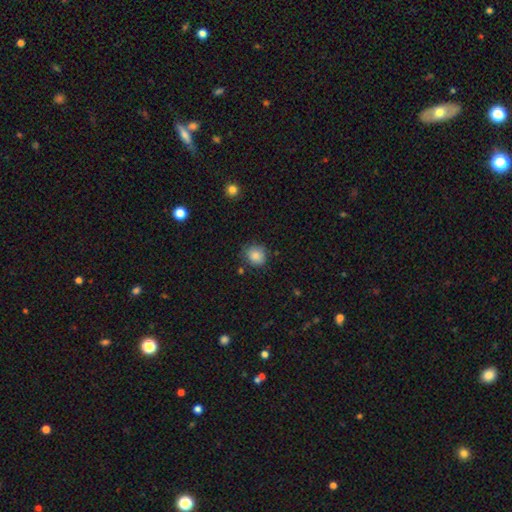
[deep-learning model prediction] Smooth or featured?
  - smooth: 84% *
  - star or artifact: 10%
  - featured or disk: 7%
How rounded?
  - round: 77% *
  - in between: 22%
  - cigar-shaped: 1%
Merging?
  - none: 77% *
  - minor disturbance: 17%
  - major disturbance: 3%
  - merger: 2%